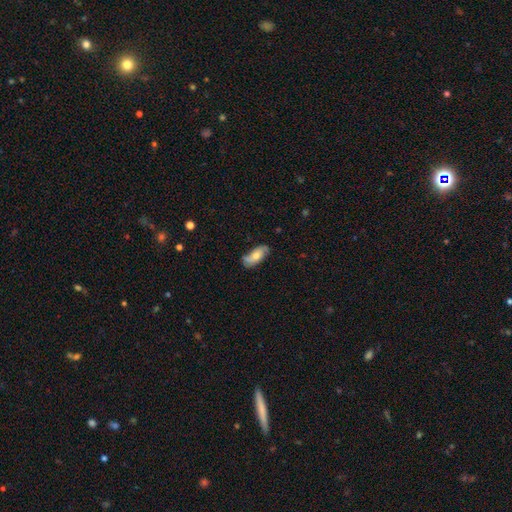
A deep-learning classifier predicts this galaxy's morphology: smooth-or-featured: featured or disk: 47% | smooth: 46% | star or artifact: 7%
  merging: none: 69% | minor disturbance: 23% | major disturbance: 6% | merger: 2%